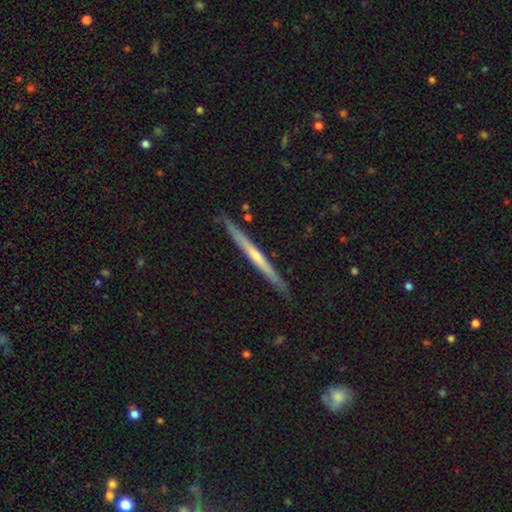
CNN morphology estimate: Smooth or featured? featured or disk (75%)
Edge-on disk? yes (98%)
Edge-on bulge? rounded (54%)
Merging? none (91%)